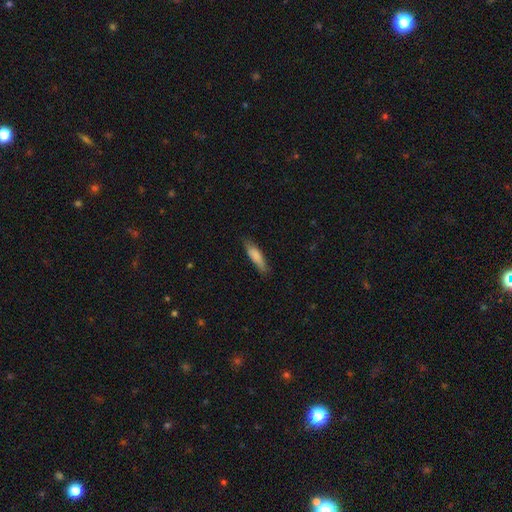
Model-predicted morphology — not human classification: smooth 82%, featured or disk 12%, star or artifact 6%. Down the decision tree: how rounded — cigar-shaped (69%); merging — none (77%).